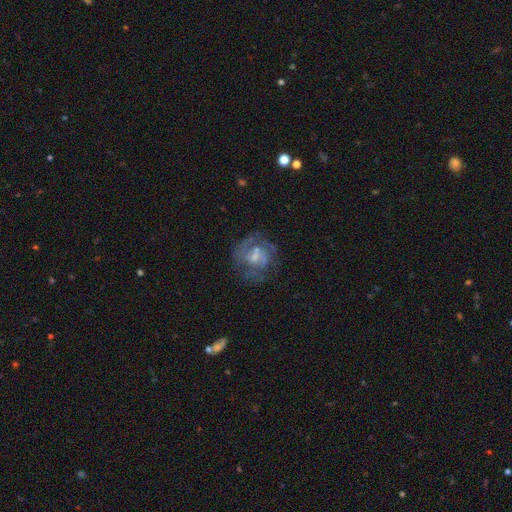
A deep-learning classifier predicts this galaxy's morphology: The model was most divided on "bulge size": small: 41%, moderate: 32%, none: 21%, large: 4%, dominant: 1%. More confident: edge-on disk — no (98%); smooth or featured — featured or disk (67%); spiral arms — yes (59%); merging — none (54%); bar — no (53%).